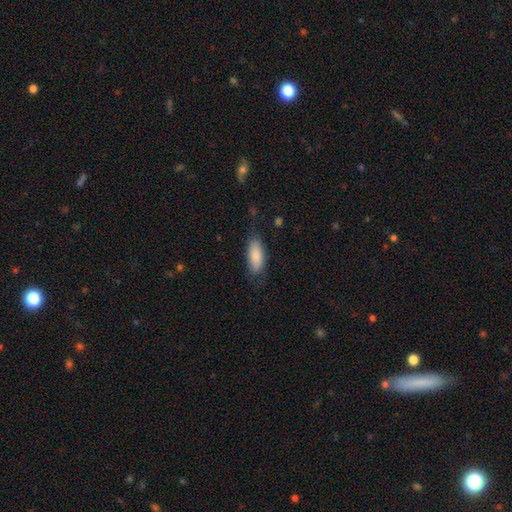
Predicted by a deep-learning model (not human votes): Morphology: type=smooth (84%); roundness=in between (79%); merging=none (71%).